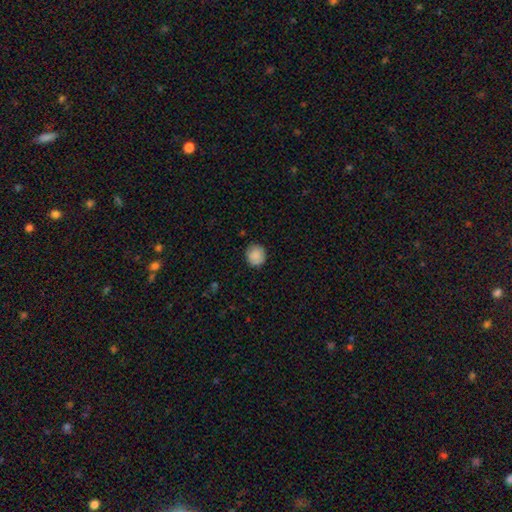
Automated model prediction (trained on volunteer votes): The model was most divided on "merging": none: 87%, minor disturbance: 10%, major disturbance: 2%, merger: 1%. More confident: how rounded — round (89%); smooth or featured — smooth (88%).